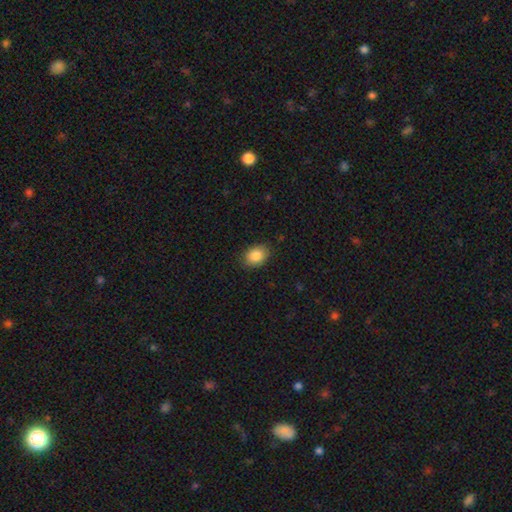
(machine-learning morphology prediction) Q: Smooth or featured?
A: smooth (86%); runner-up: star or artifact (8%)
Q: How rounded?
A: in between (70%); runner-up: round (29%)
Q: Merging?
A: none (84%); runner-up: minor disturbance (12%)